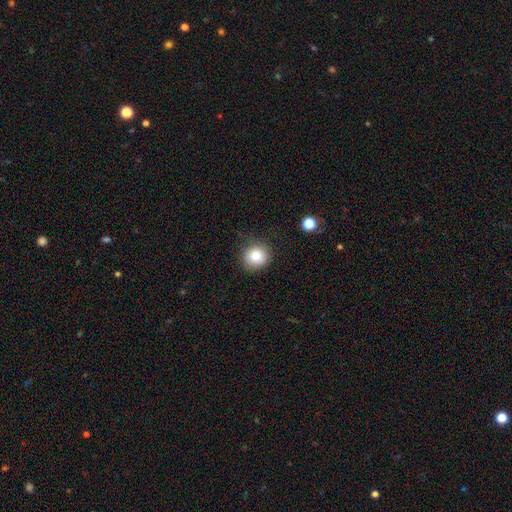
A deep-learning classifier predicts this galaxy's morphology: A smooth galaxy with no disk features (80%) that is round (88%).

Vote fractions:
- Smooth or featured? smooth: 80% / star or artifact: 11% / featured or disk: 9%
- How rounded? round: 88% / in between: 11% / cigar-shaped: 1%
- Merging? none: 82% / minor disturbance: 13% / major disturbance: 3% / merger: 2%